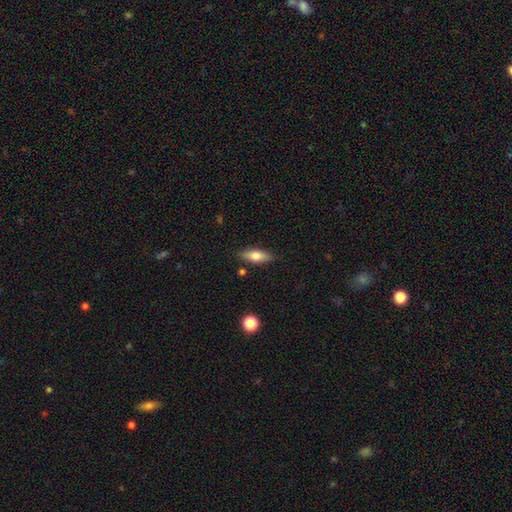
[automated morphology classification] Smooth or featured?
  - smooth: 67% *
  - featured or disk: 26%
  - star or artifact: 7%
How rounded?
  - in between: 63% *
  - cigar-shaped: 33%
  - round: 3%
Merging?
  - none: 84% *
  - minor disturbance: 11%
  - merger: 3%
  - major disturbance: 2%